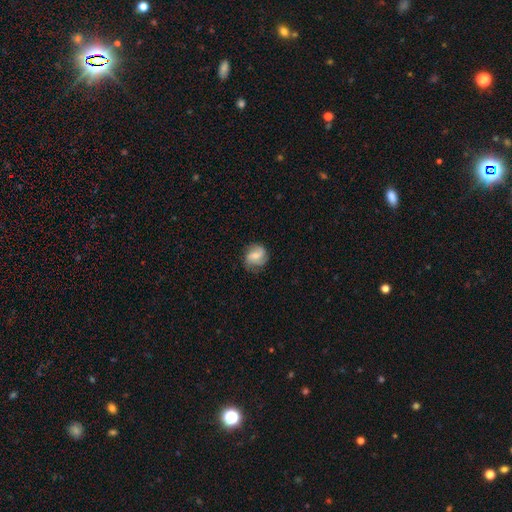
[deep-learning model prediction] This appears to be a featured or disk galaxy (60%) with no bar (46%), 3 (38%) medium (46%) spiral arms (92%) and a moderate central bulge (48%). Merging: none (76%).